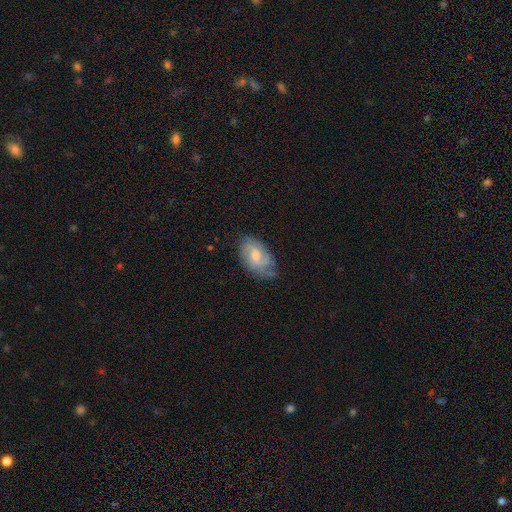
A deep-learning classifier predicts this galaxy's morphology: Smooth or featured? Predicted: featured or disk (p=0.55). Edge-on disk? Predicted: no (p=0.95). Bar? Predicted: no (p=0.56). Spiral arms? Predicted: yes (p=0.81). Bulge size? Predicted: moderate (p=0.58). Merging? Predicted: none (p=0.64).